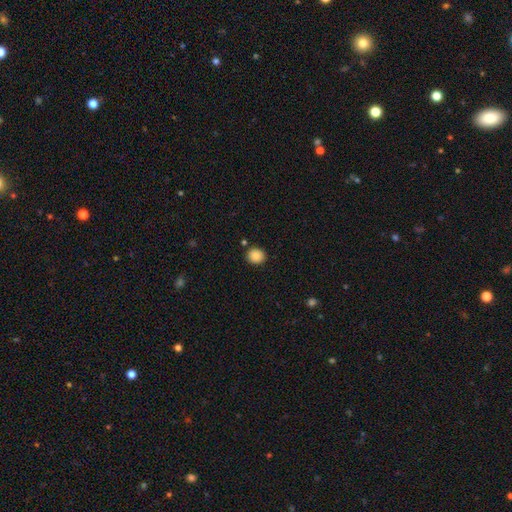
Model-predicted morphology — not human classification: Smooth or featured?
  - smooth: 87% *
  - star or artifact: 9%
  - featured or disk: 4%
How rounded?
  - round: 85% *
  - in between: 14%
  - cigar-shaped: 1%
Merging?
  - none: 87% *
  - minor disturbance: 7%
  - merger: 3%
  - major disturbance: 2%